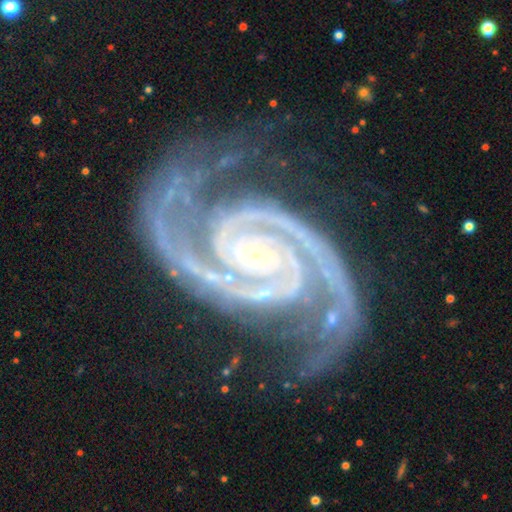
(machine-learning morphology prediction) Smooth or featured? featured or disk (94%)
Edge-on disk? no (98%)
Bar? no (64%)
Spiral arms? yes (99%)
Spiral winding? tight (54%)
Spiral arm count? 2 (92%)
Bulge size? small (87%)
Merging? none (71%)